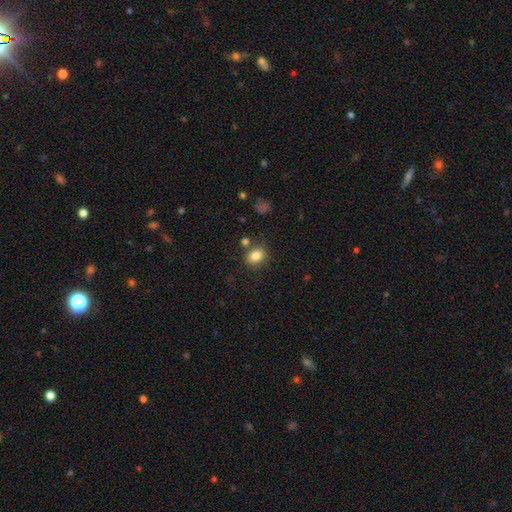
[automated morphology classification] This is clearly a smooth galaxy (83%). How rounded: possibly in between (56%). Merging: likely none (75%).